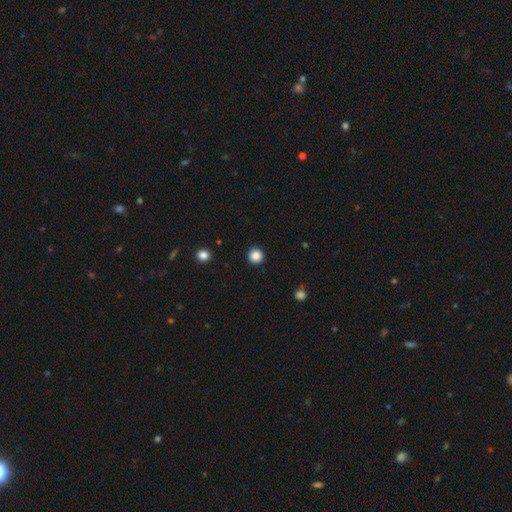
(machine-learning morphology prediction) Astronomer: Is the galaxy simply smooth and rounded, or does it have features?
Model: smooth — 86%.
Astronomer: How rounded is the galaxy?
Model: round — 95%.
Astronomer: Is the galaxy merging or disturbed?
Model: none — 93%.